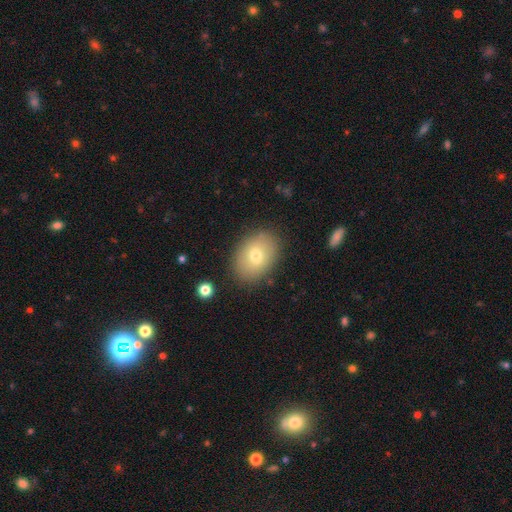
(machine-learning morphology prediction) Q: Smooth or featured?
A: smooth (72%); runner-up: featured or disk (19%)
Q: How rounded?
A: in between (75%); runner-up: round (24%)
Q: Merging?
A: none (86%); runner-up: minor disturbance (10%)